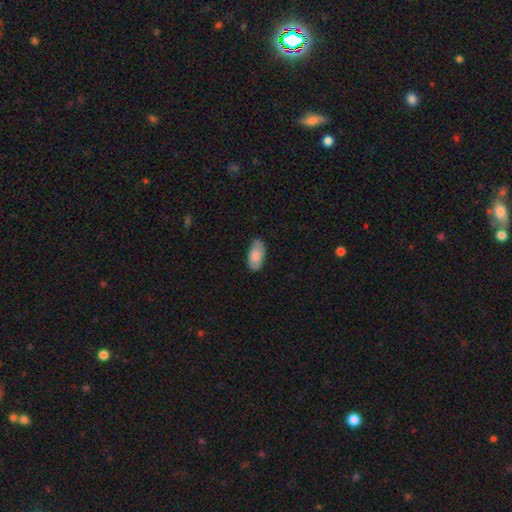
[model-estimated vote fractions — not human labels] This is clearly a smooth galaxy (81%). How rounded: clearly in between (94%). Merging: likely none (79%).